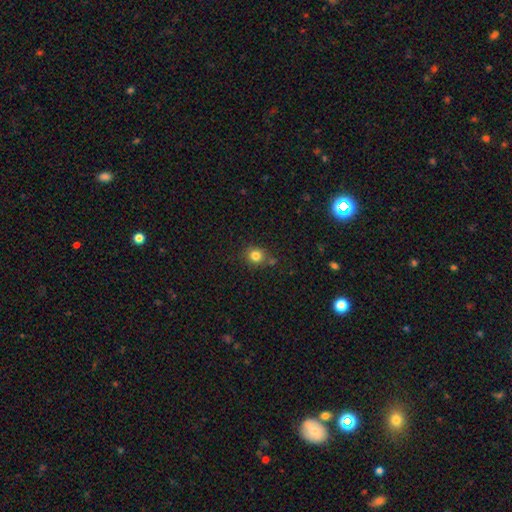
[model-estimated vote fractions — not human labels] smooth-or-featured: smooth: 82% | star or artifact: 12% | featured or disk: 6%
  how-rounded: round: 85% | in between: 14% | cigar-shaped: 1%
  merging: none: 75% | minor disturbance: 13% | merger: 9% | major disturbance: 3%